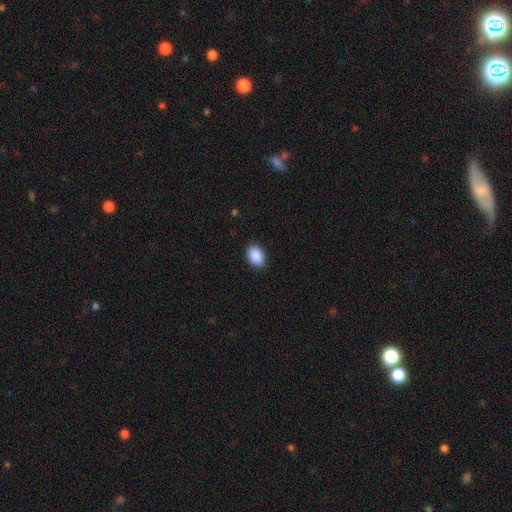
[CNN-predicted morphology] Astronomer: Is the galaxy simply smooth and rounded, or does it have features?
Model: smooth — 90%.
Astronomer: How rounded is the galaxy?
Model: in between — 80%.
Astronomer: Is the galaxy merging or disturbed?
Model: none — 88%.